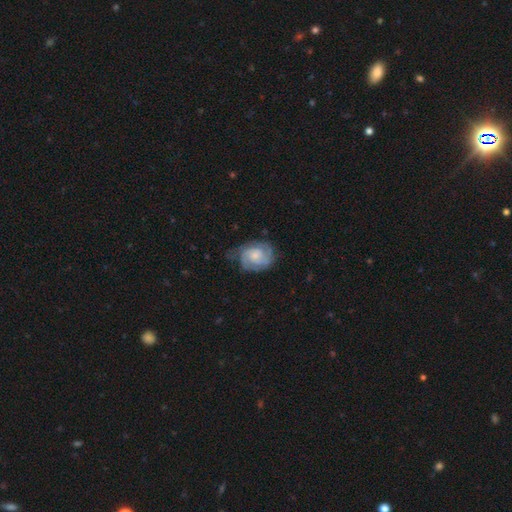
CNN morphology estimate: A featured or disk galaxy (73%) with no bar (67%), 2 (50%) tight (57%) spiral arms (93%) and a small central bulge (50%). Merging: none (63%).